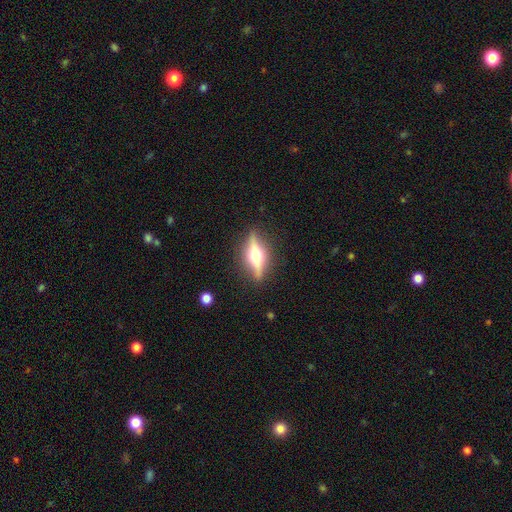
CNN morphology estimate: smooth-or-featured: featured or disk: 75% | smooth: 19% | star or artifact: 6%
  disk-edge-on: yes: 93% | no: 7%
    edge-on-bulge: rounded: 95% | boxy: 4% | none: 2%
  merging: none: 85% | minor disturbance: 10% | major disturbance: 3% | merger: 1%